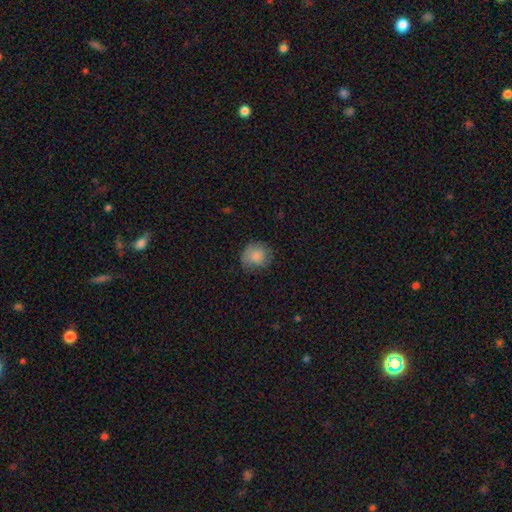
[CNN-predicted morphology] The model was most divided on "merging": none: 67%, minor disturbance: 25%, major disturbance: 7%, merger: 1%. More confident: how rounded — round (85%); smooth or featured — smooth (83%).